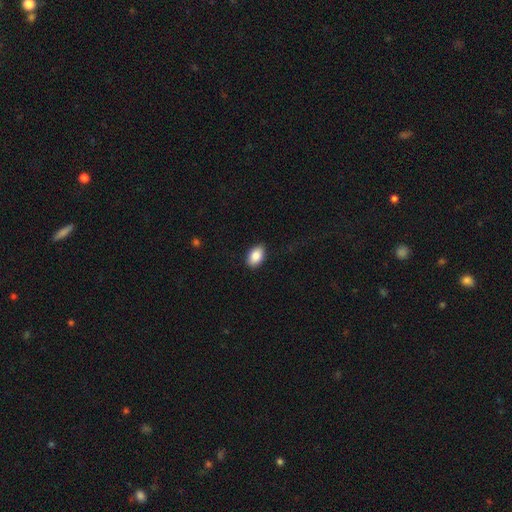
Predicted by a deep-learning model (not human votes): Smooth or featured?
  - smooth: 88% *
  - star or artifact: 7%
  - featured or disk: 5%
How rounded?
  - in between: 89% *
  - round: 10%
  - cigar-shaped: 1%
Merging?
  - none: 88% *
  - minor disturbance: 9%
  - major disturbance: 2%
  - merger: 1%